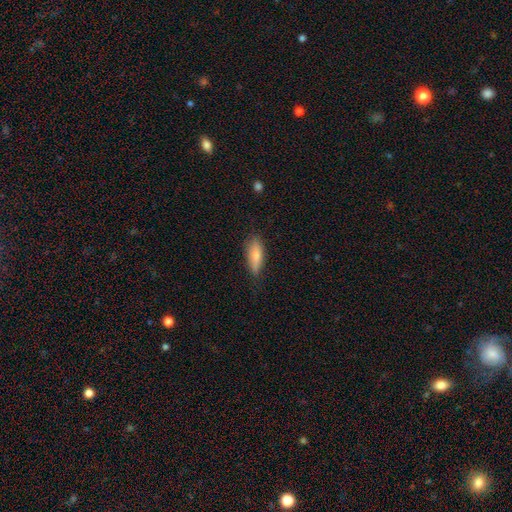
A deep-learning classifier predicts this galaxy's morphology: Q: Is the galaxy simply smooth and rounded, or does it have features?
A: smooth — 77%.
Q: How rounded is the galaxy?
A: in between — 62%.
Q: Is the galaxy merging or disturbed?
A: none — 76%.